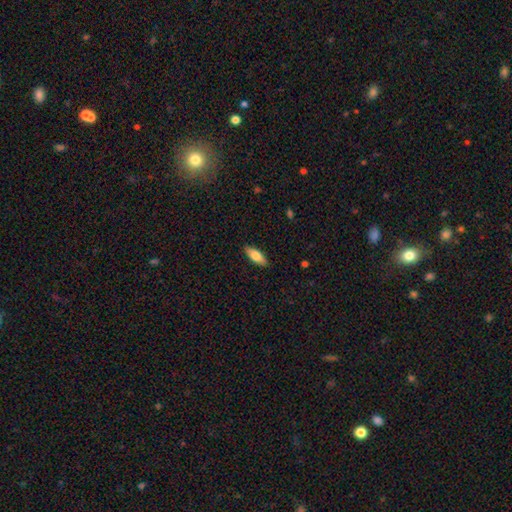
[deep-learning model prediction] smooth 77%, featured or disk 17%, star or artifact 6%. Down the decision tree: how rounded — in between (71%); merging — none (88%).